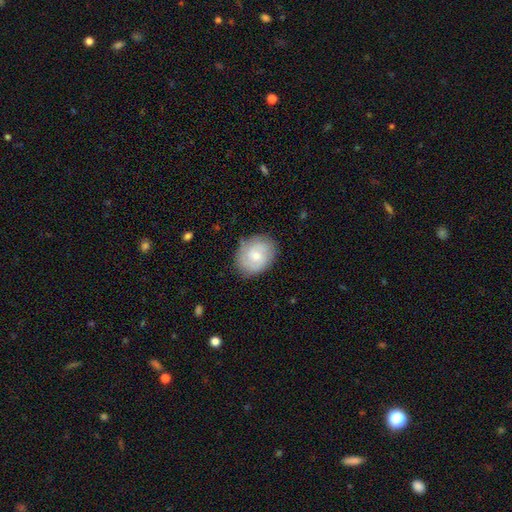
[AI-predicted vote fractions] Smooth or featured? Predicted: smooth (p=0.57). How rounded? Predicted: round (p=0.53). Merging? Predicted: none (p=0.79).